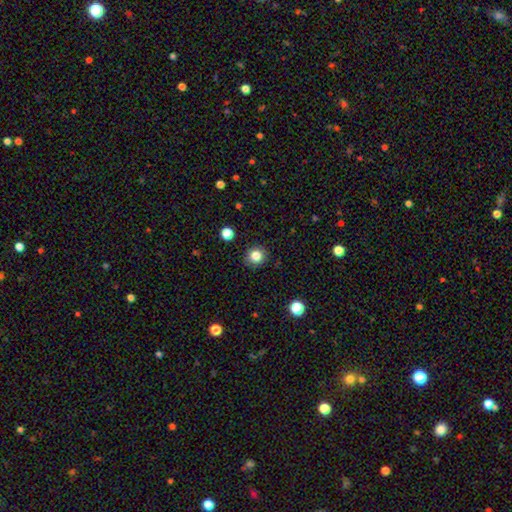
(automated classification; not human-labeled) Morphology: type=smooth (83%); roundness=round (90%); merging=none (89%).